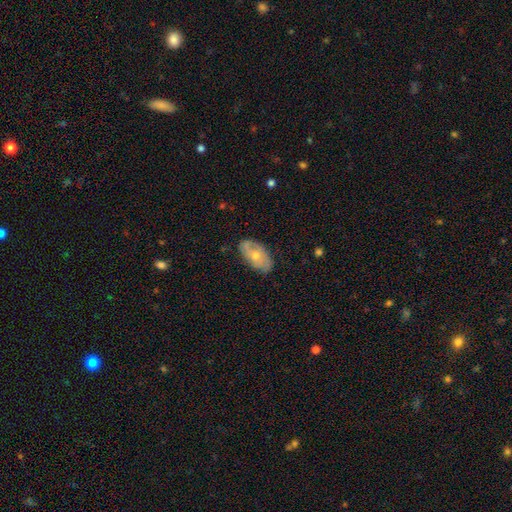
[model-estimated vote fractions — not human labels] A smooth galaxy with no disk features (53%) that is in between round and cigar-shaped (92%).

Vote fractions:
- Smooth or featured? smooth: 53% / featured or disk: 41% / star or artifact: 6%
- How rounded? in between: 92% / round: 5% / cigar-shaped: 3%
- Merging? none: 76% / minor disturbance: 19% / major disturbance: 4% / merger: 1%